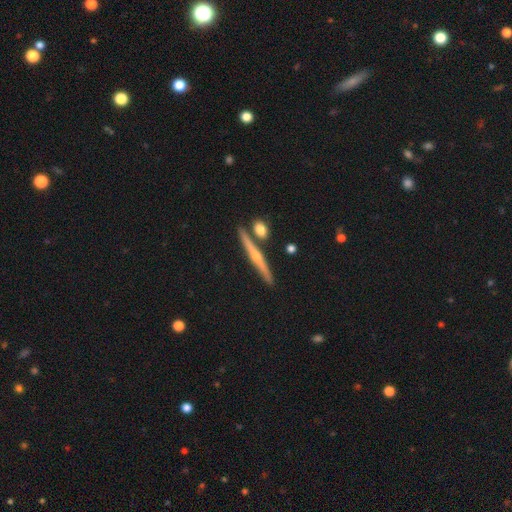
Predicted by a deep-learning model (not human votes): Smooth or featured? featured or disk (74%)
Edge-on disk? yes (97%)
Edge-on bulge? rounded (84%)
Merging? none (83%)